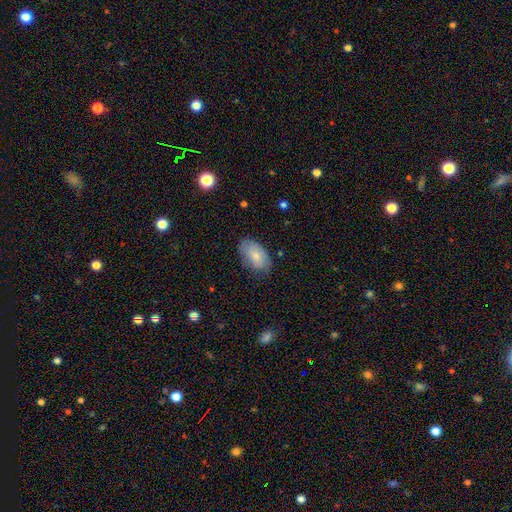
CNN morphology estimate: type=smooth (75%); roundness=in between (94%); merging=none (70%).